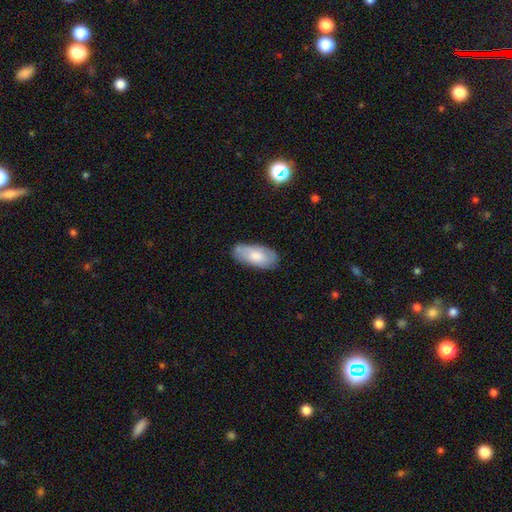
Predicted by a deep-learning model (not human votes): Smooth or featured? smooth (74%)
How rounded? in between (90%)
Merging? none (76%)